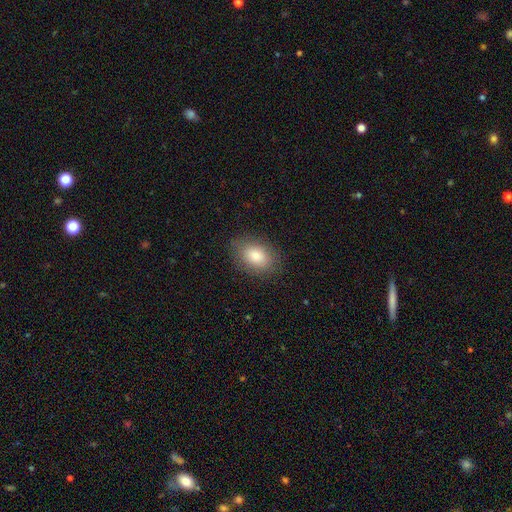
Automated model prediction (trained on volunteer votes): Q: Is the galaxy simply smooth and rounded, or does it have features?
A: smooth — 83%.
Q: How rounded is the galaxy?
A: in between — 81%.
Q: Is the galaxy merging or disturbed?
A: none — 85%.